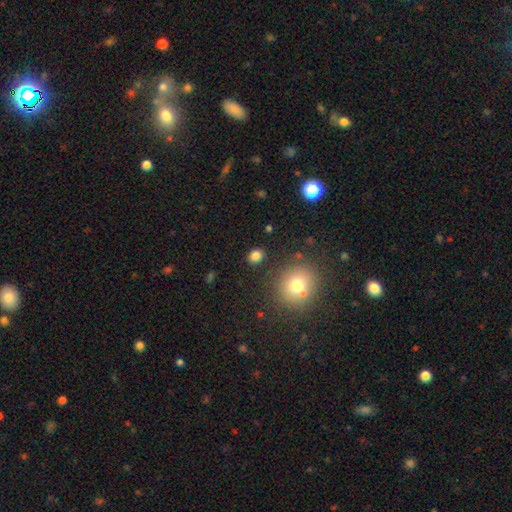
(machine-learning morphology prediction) Q: Smooth or featured?
A: smooth (81%); runner-up: star or artifact (13%)
Q: How rounded?
A: round (59%); runner-up: in between (40%)
Q: Merging?
A: none (85%); runner-up: minor disturbance (8%)